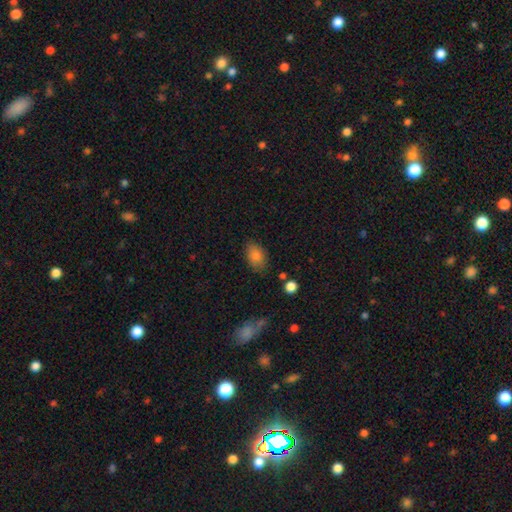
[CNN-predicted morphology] Smooth or featured? Predicted: smooth (p=0.82). How rounded? Predicted: in between (p=0.86). Merging? Predicted: none (p=0.79).